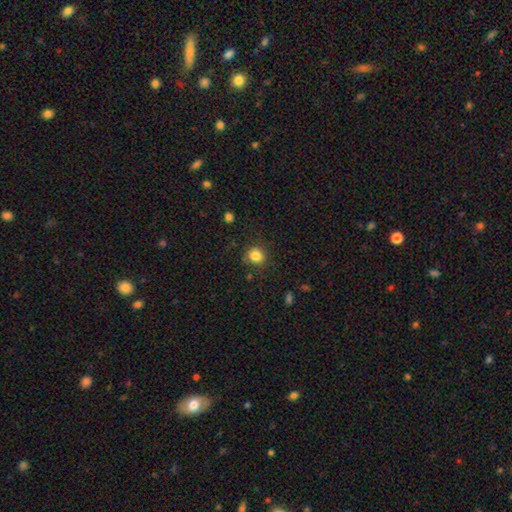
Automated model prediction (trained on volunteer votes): Smooth or featured? smooth (84%)
How rounded? round (80%)
Merging? none (82%)